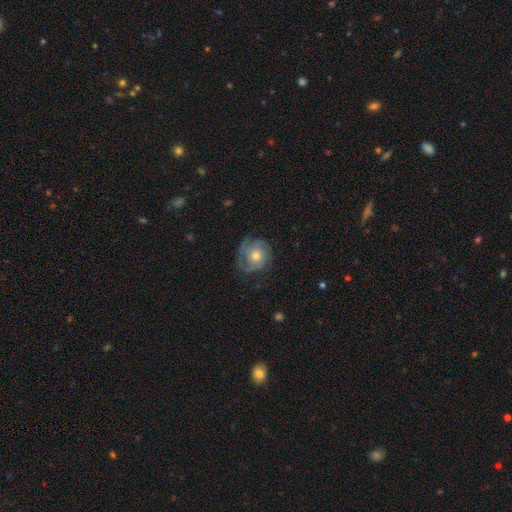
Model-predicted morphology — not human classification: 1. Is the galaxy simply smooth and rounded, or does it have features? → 68% featured or disk, 25% smooth, 7% star or artifact.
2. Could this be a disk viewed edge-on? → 97% no, 3% yes.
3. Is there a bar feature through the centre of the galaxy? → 80% no, 17% weak, 3% strong.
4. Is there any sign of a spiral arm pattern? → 86% yes, 14% no.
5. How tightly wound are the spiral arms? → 56% tight, 34% medium, 11% loose.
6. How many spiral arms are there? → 32% can't tell, 29% 3, 22% 2, 7% 4, 6% 1, 4% more than 4.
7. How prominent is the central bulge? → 68% moderate, 18% small, 11% large, 2% none, 1% dominant.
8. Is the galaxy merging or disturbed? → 69% none, 20% minor disturbance, 10% major disturbance, 1% merger.